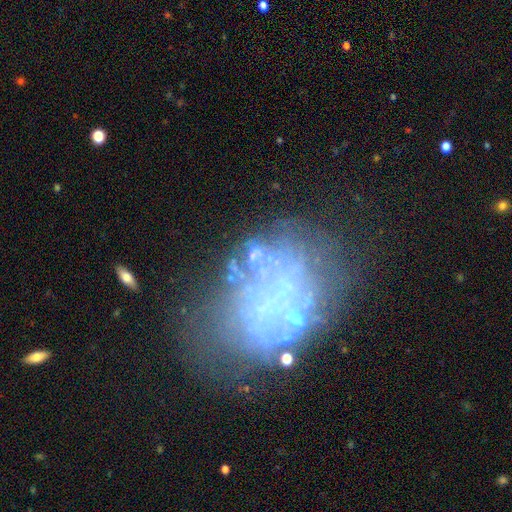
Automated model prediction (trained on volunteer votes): Smooth or featured: featured or disk — 51% (star or artifact — 31%)
Edge-on disk: no — 95% (yes — 5%)
Merging: none — 54% (major disturbance — 19%)